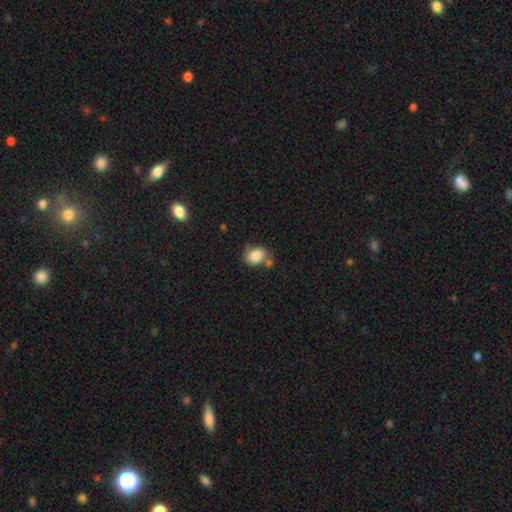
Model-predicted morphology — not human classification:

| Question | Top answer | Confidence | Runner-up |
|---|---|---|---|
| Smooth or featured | smooth | 85% | star or artifact (8%) |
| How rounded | in between | 66% | round (33%) |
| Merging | none | 60% | minor disturbance (18%) |